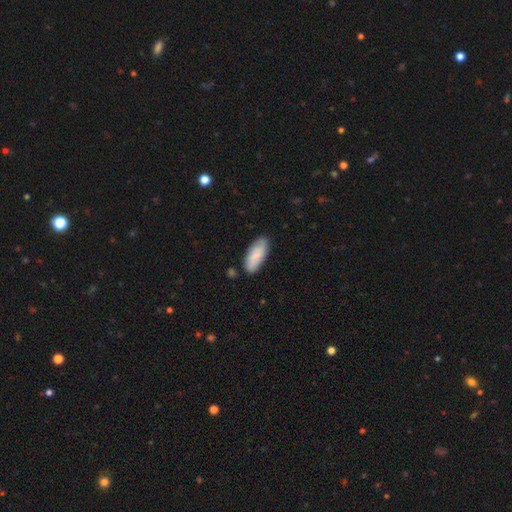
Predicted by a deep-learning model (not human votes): smooth-or-featured: smooth: 75% | featured or disk: 19% | star or artifact: 6%
  how-rounded: in between: 84% | cigar-shaped: 14% | round: 2%
  merging: none: 82% | minor disturbance: 14% | major disturbance: 2% | merger: 2%